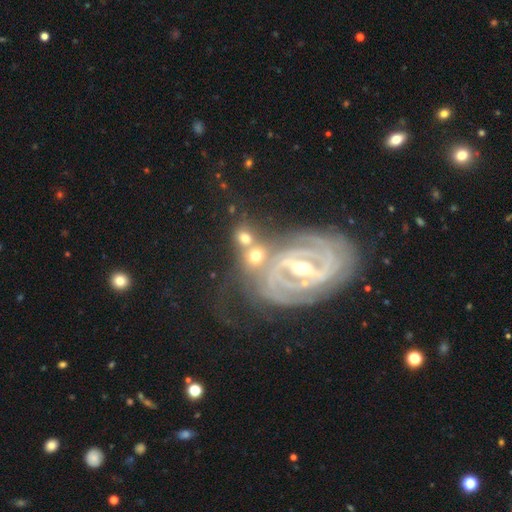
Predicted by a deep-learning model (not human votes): A featured or disk galaxy (51%). Merging: merger (42%).